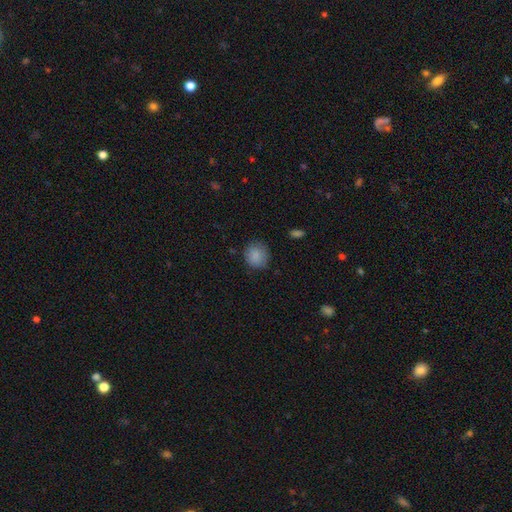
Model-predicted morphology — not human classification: Smooth or featured: smooth — 87% (star or artifact — 8%)
How rounded: round — 82% (in between — 17%)
Merging: none — 78% (minor disturbance — 16%)